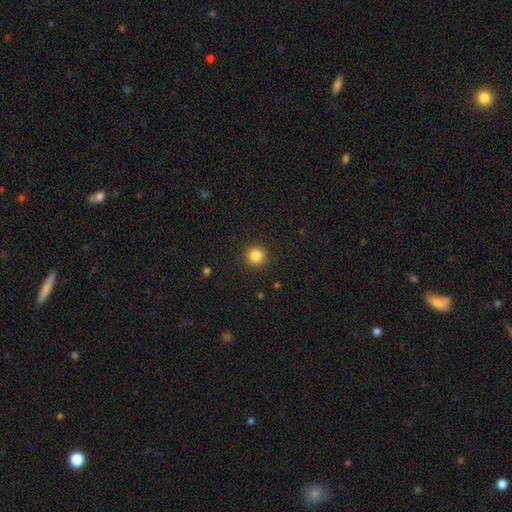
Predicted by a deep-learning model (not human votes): Morphology: type=smooth (85%); roundness=round (95%); merging=none (91%).